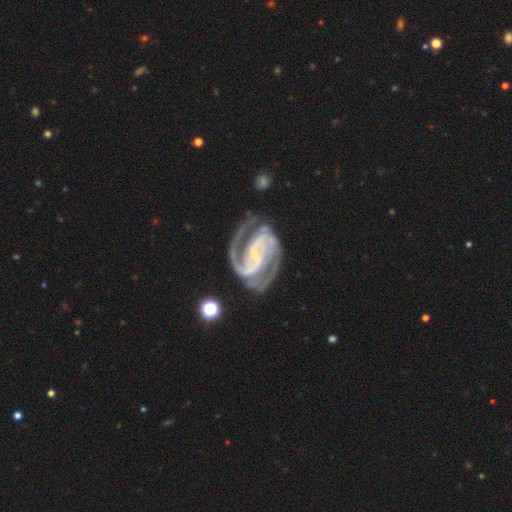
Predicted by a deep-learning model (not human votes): Overall: featured or disk (93%). Edge-on disk: no (98%). Bar: strong (44%; weak 36%). Spiral arms: yes (99%). Spiral arm count: 2 (82%). Spiral winding: medium (52%; tight 39%). Bulge size: small (74%). Merging: none (67%).